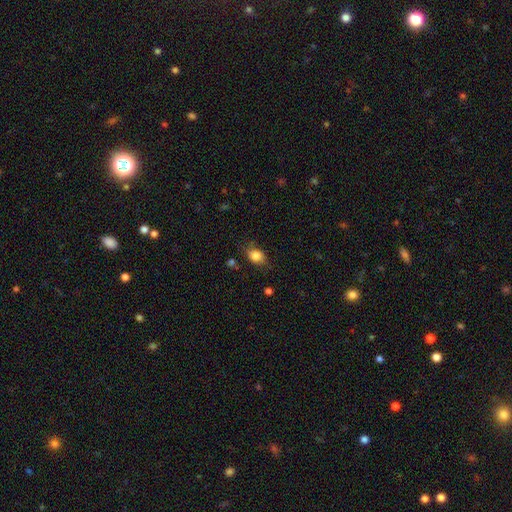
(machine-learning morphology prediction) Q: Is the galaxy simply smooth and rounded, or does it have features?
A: smooth — 84%.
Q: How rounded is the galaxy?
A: in between — 68%.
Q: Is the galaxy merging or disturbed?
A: none — 72%.